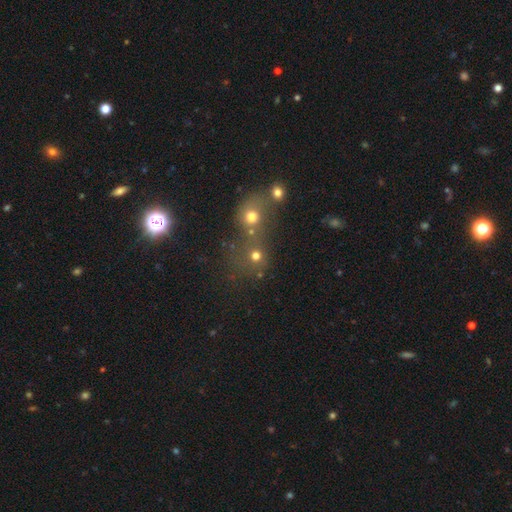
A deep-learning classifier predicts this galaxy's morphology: Smooth or featured: smooth — 69% (star or artifact — 19%)
How rounded: round — 83% (in between — 15%)
Merging: merger — 46% (none — 42%)